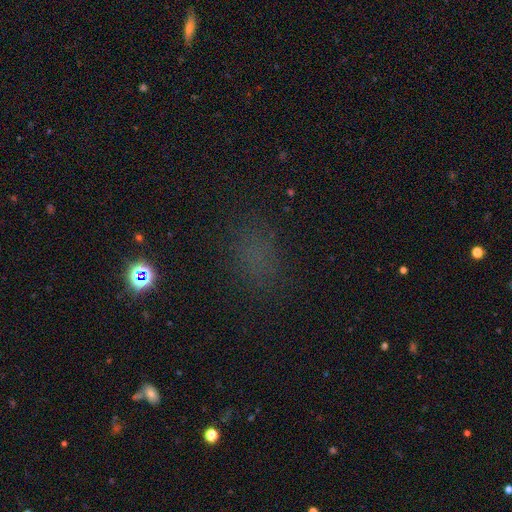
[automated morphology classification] Q: Smooth or featured?
A: smooth (61%); runner-up: star or artifact (32%)
Q: How rounded?
A: in between (61%); runner-up: round (36%)
Q: Merging?
A: none (81%); runner-up: minor disturbance (11%)